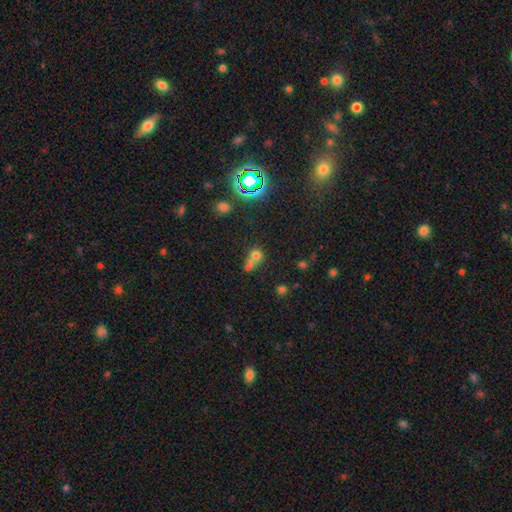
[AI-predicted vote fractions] smooth-or-featured: smooth: 63% | star or artifact: 23% | featured or disk: 14%
  how-rounded: round: 79% | in between: 20% | cigar-shaped: 1%
  merging: merger: 51% | none: 36% | minor disturbance: 8% | major disturbance: 5%